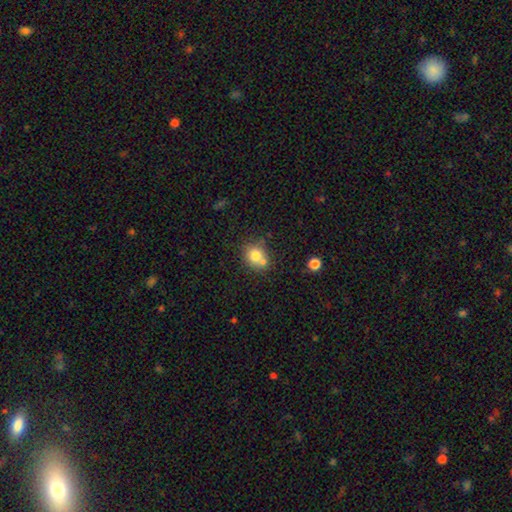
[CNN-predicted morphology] Smooth or featured? Predicted: smooth (p=0.76). How rounded? Predicted: round (p=0.74). Merging? Predicted: none (p=0.53).